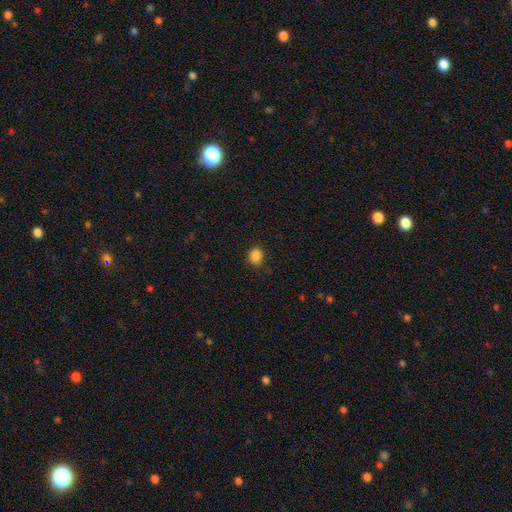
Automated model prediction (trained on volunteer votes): This is clearly a smooth galaxy (86%). How rounded: likely round (71%). Merging: clearly none (84%).